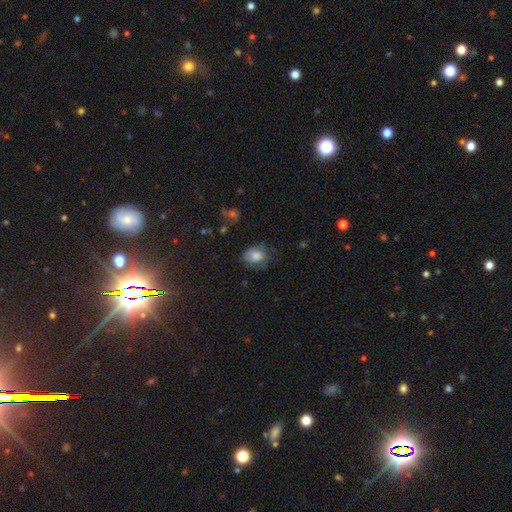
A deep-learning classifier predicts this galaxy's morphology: Overall: smooth (71%). How rounded: round (50%; in between 49%). Merging: none (57%; minor disturbance 29%).